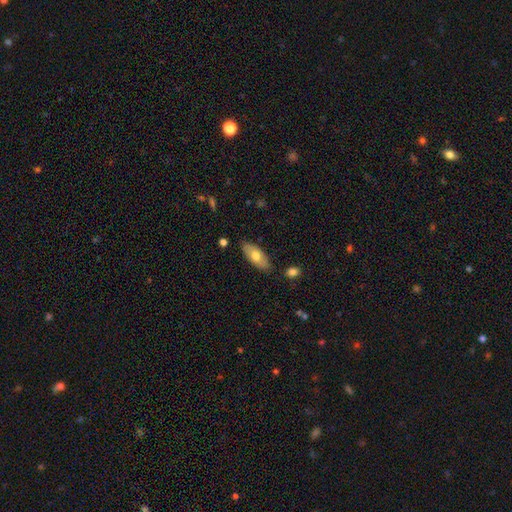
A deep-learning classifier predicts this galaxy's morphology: Smooth or featured? Predicted: smooth (p=0.67). How rounded? Predicted: in between (p=0.83). Merging? Predicted: none (p=0.82).